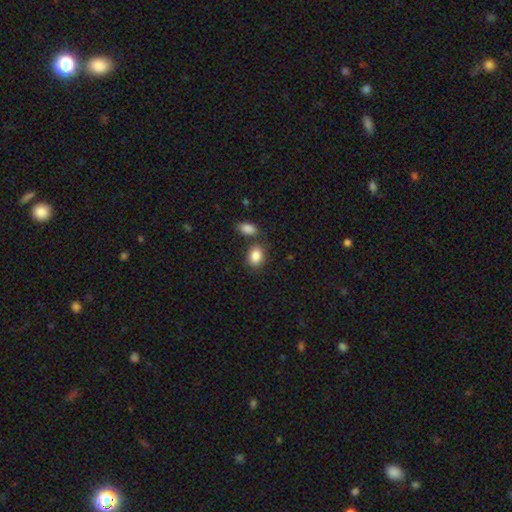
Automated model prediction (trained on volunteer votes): A smooth galaxy with no disk features (87%) that is in between round and cigar-shaped (75%).

Vote fractions:
- Smooth or featured? smooth: 87% / star or artifact: 7% / featured or disk: 6%
- How rounded? in between: 75% / round: 23% / cigar-shaped: 1%
- Merging? none: 69% / merger: 15% / minor disturbance: 12% / major disturbance: 3%